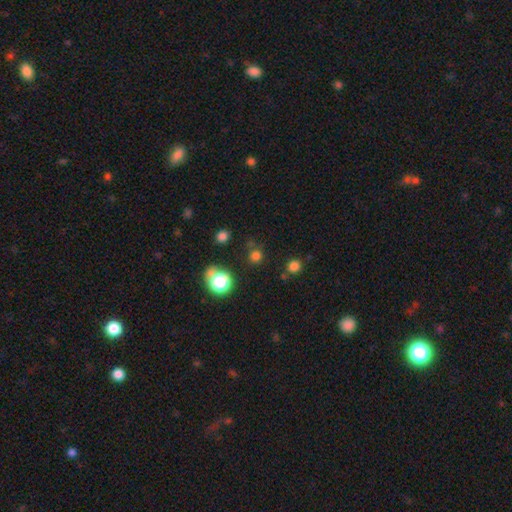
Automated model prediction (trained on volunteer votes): smooth_or_featured: smooth (p=0.72) [alt: star or artifact p=0.23]
how_rounded: round (p=0.90) [alt: in between p=0.09]
merging: none (p=0.78) [alt: minor disturbance p=0.10]